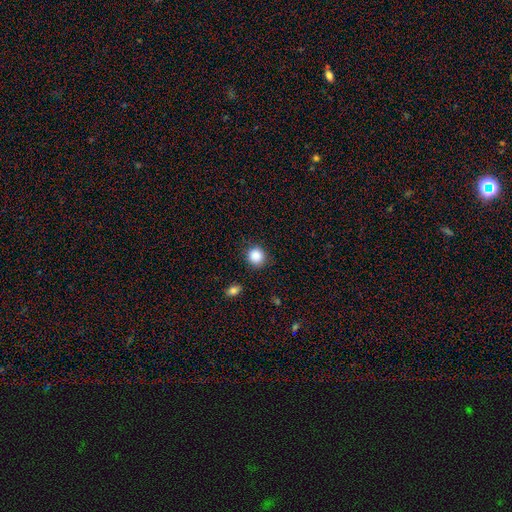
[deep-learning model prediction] Smooth or featured? Predicted: smooth (p=0.88). How rounded? Predicted: round (p=0.89). Merging? Predicted: none (p=0.87).